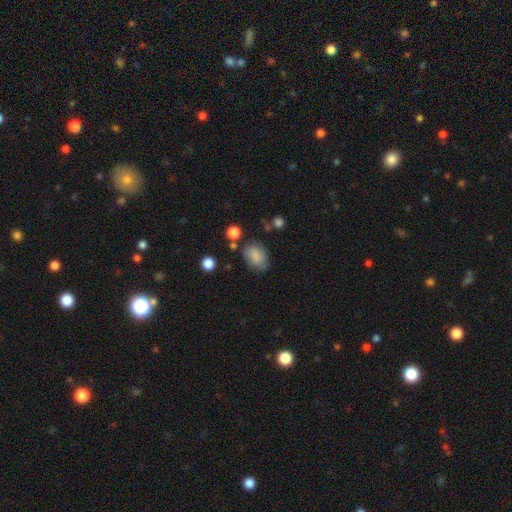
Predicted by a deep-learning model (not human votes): Overall: smooth (83%). How rounded: in between (77%). Merging: none (68%).